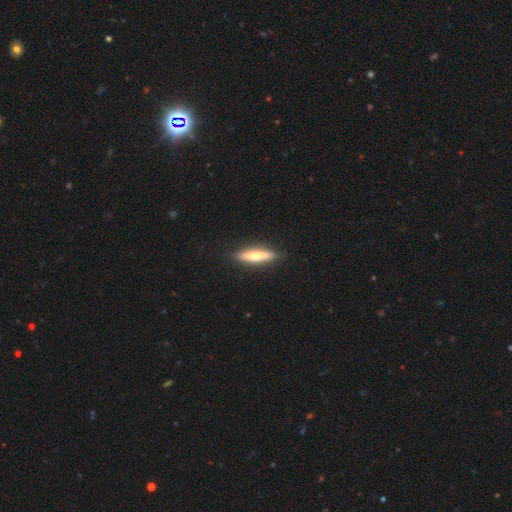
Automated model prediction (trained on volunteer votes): Smooth or featured?
  - smooth: 55% *
  - featured or disk: 39%
  - star or artifact: 6%
How rounded?
  - cigar-shaped: 84% *
  - in between: 15%
  - round: 2%
Merging?
  - none: 89% *
  - minor disturbance: 8%
  - major disturbance: 2%
  - merger: 1%